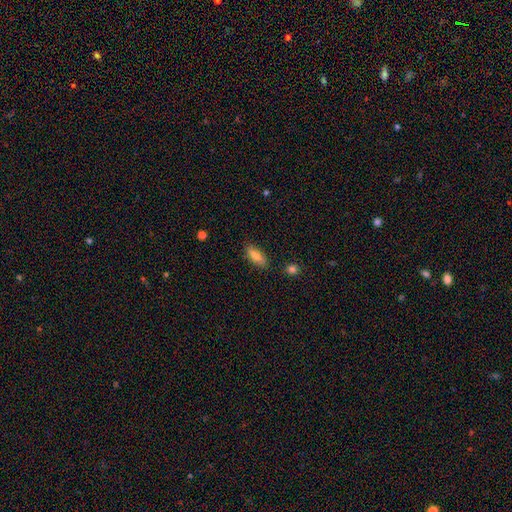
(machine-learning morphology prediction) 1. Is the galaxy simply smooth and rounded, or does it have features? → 75% smooth, 18% featured or disk, 7% star or artifact.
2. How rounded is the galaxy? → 72% in between, 26% cigar-shaped, 3% round.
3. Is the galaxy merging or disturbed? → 84% none, 12% minor disturbance, 2% major disturbance, 2% merger.